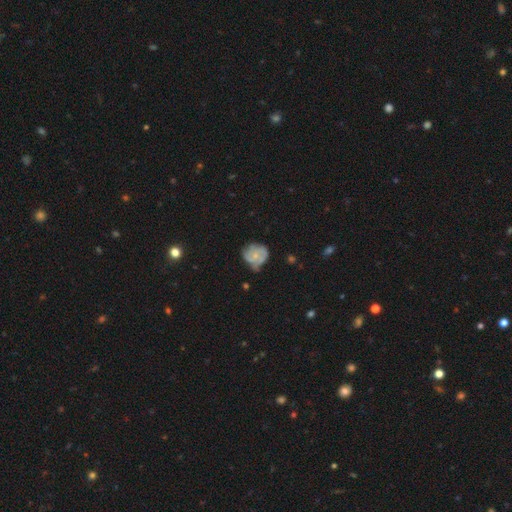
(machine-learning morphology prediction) Smooth or featured? featured or disk (56%)
Edge-on disk? no (98%)
Bar? no (81%)
Spiral arms? yes (68%)
Bulge size? small (65%)
Merging? none (45%)